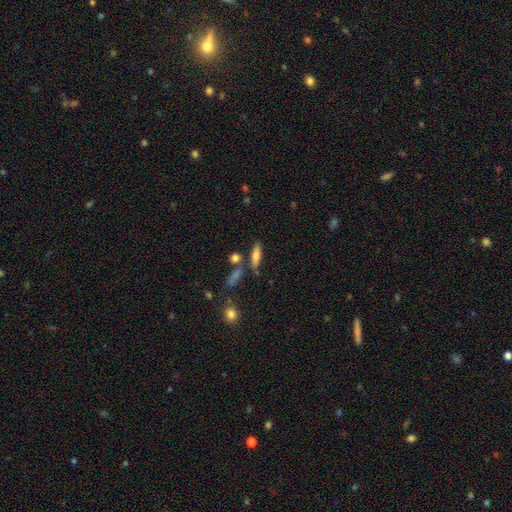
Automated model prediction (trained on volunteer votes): Q: Smooth or featured?
A: smooth (73%); runner-up: featured or disk (19%)
Q: How rounded?
A: cigar-shaped (55%); runner-up: in between (42%)
Q: Merging?
A: none (68%); runner-up: merger (15%)